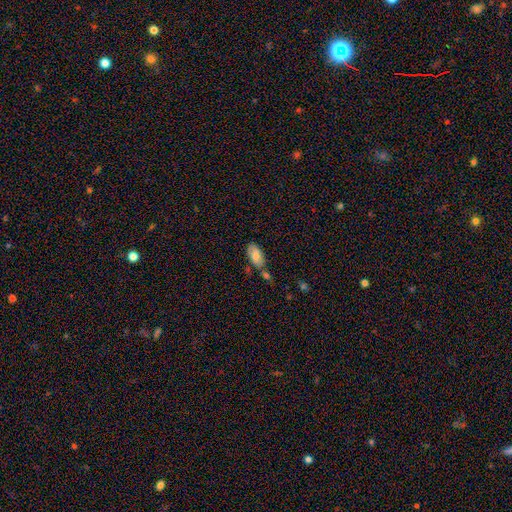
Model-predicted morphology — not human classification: smooth-or-featured: smooth: 74% | featured or disk: 19% | star or artifact: 7%
  how-rounded: in between: 92% | cigar-shaped: 5% | round: 3%
  merging: none: 54% | minor disturbance: 21% | merger: 20% | major disturbance: 6%